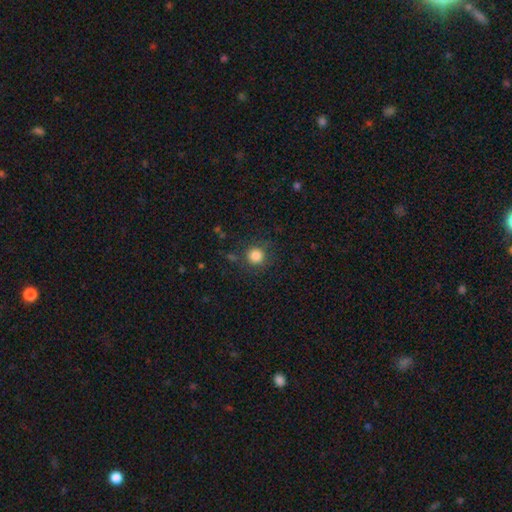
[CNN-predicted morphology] Smooth or featured?
  - smooth: 84% *
  - star or artifact: 11%
  - featured or disk: 5%
How rounded?
  - round: 93% *
  - in between: 6%
  - cigar-shaped: 1%
Merging?
  - none: 83% *
  - minor disturbance: 10%
  - major disturbance: 4%
  - merger: 2%